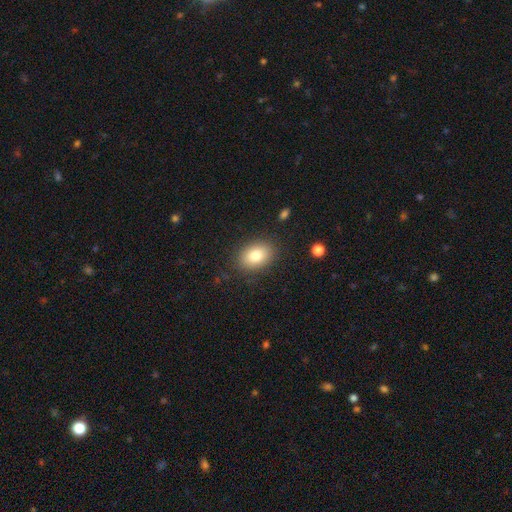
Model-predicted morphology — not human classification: The model was most divided on "how rounded": in between: 78%, round: 21%, cigar-shaped: 1%. More confident: merging — none (86%); smooth or featured — smooth (81%).